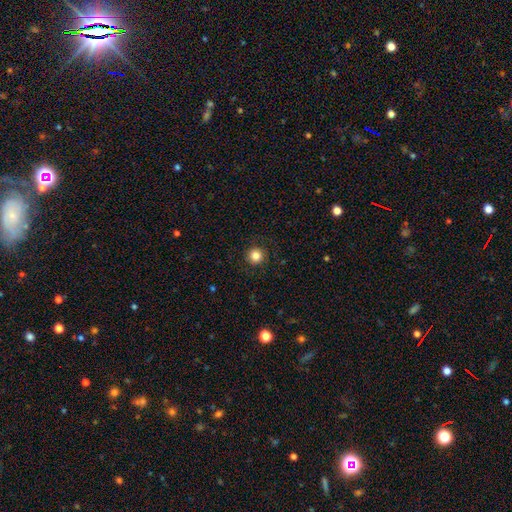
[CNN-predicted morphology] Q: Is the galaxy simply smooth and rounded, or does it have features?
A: smooth — 84%.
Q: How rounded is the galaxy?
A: round — 95%.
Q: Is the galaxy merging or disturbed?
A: none — 92%.